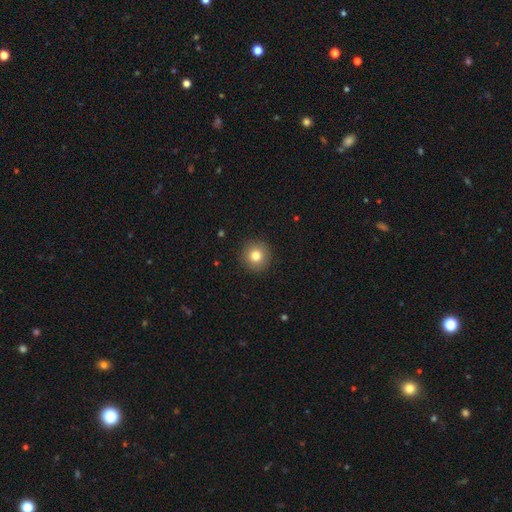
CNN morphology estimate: A smooth galaxy with no disk features (80%) that is round (94%).

Vote fractions:
- Smooth or featured? smooth: 80% / star or artifact: 10% / featured or disk: 9%
- How rounded? round: 94% / in between: 5% / cigar-shaped: 1%
- Merging? none: 92% / minor disturbance: 5% / major disturbance: 2% / merger: 1%